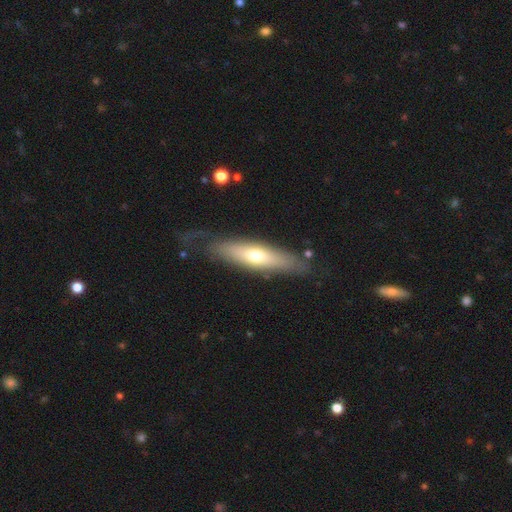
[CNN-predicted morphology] Smooth or featured? smooth (53%)
How rounded? cigar-shaped (63%)
Merging? none (74%)